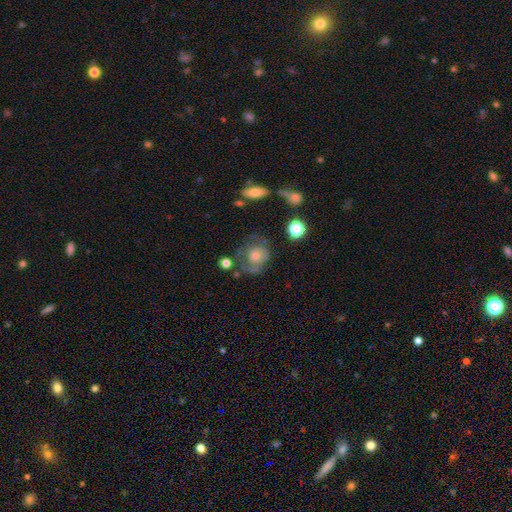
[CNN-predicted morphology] Smooth or featured? Predicted: smooth (p=0.46). Merging? Predicted: none (p=0.46).